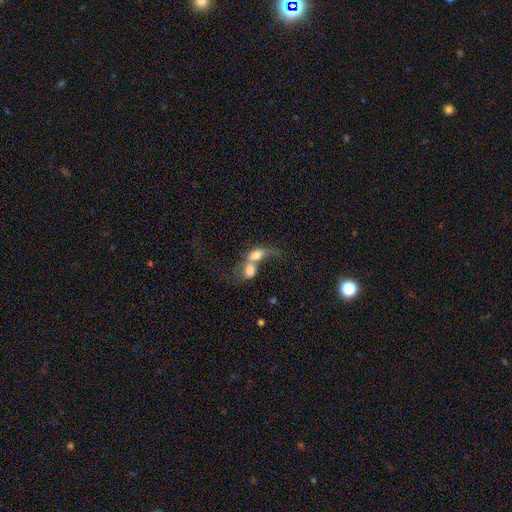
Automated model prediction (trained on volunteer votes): Q: Smooth or featured?
A: smooth (69%); runner-up: featured or disk (22%)
Q: How rounded?
A: in between (66%); runner-up: round (30%)
Q: Merging?
A: merger (80%); runner-up: none (8%)